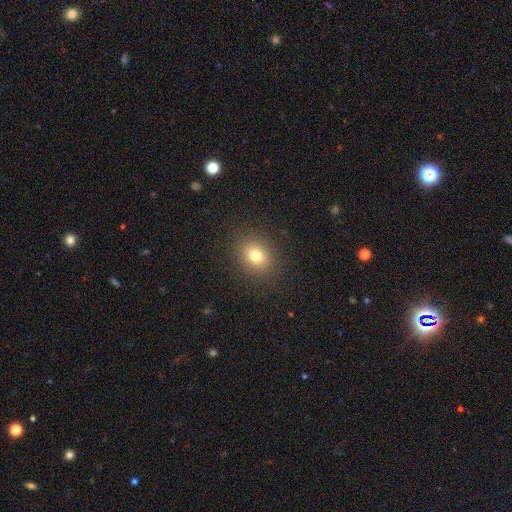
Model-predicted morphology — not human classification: Q: Smooth or featured?
A: smooth (77%); runner-up: star or artifact (14%)
Q: How rounded?
A: round (63%); runner-up: in between (36%)
Q: Merging?
A: none (88%); runner-up: minor disturbance (8%)